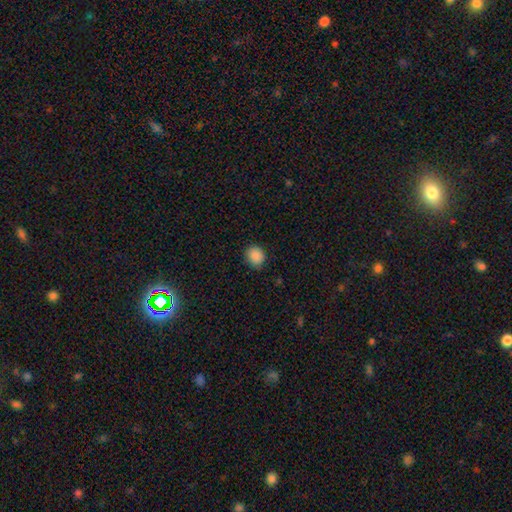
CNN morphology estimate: Smooth or featured? smooth (89%)
How rounded? round (74%)
Merging? none (87%)